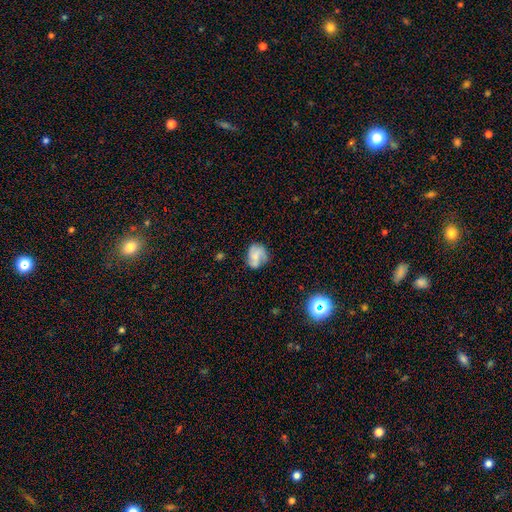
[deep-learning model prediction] smooth_or_featured: smooth (p=0.46) [alt: featured or disk p=0.44]
merging: none (p=0.54) [alt: minor disturbance p=0.27]